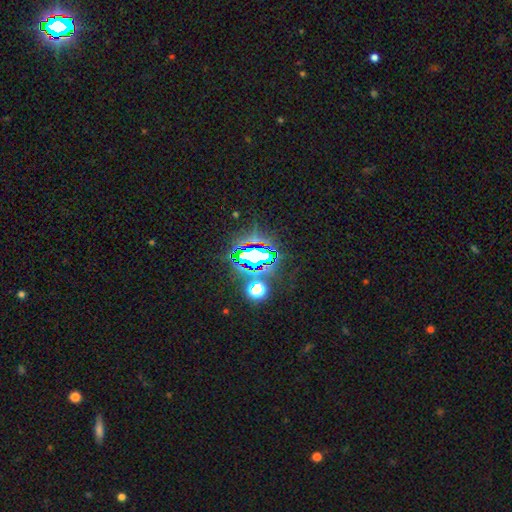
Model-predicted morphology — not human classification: This appears to be a star or artifact, not a galaxy (77%).